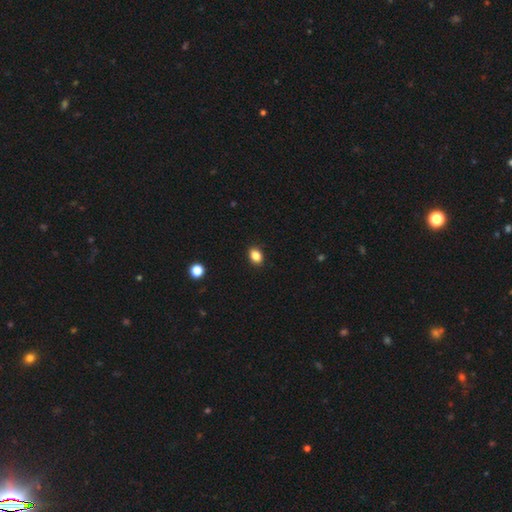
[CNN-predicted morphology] This is clearly a smooth galaxy (85%). How rounded: likely in between (72%). Merging: clearly none (90%).